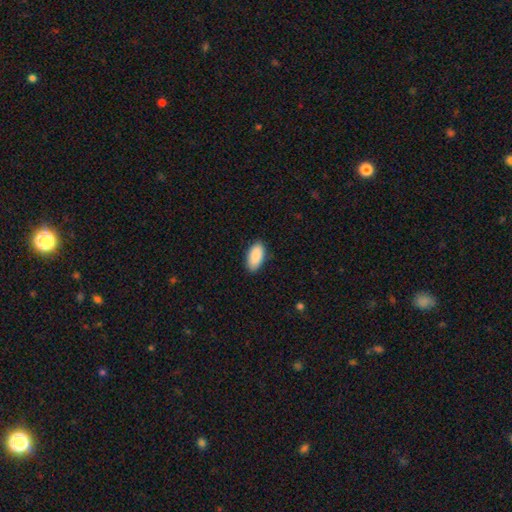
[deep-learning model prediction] Smooth or featured? smooth (90%)
How rounded? in between (95%)
Merging? none (86%)